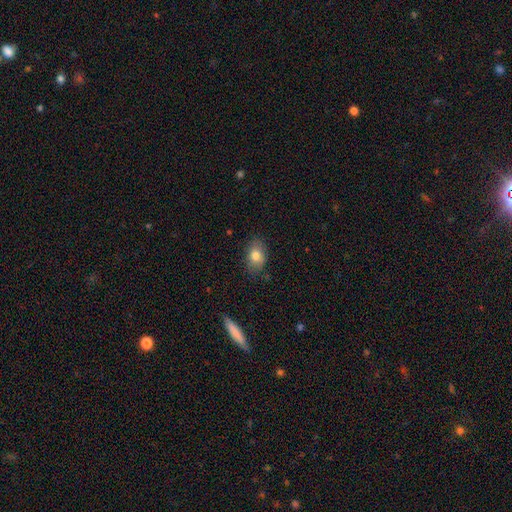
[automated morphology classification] type=smooth (79%); roundness=in between (80%); merging=none (81%).